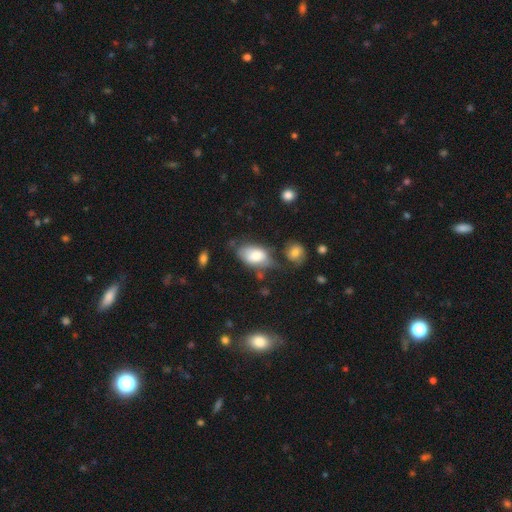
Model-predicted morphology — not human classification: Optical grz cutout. It shows a smooth galaxy with no disk features (72%) that is in between round and cigar-shaped (92%). Merging: none (43%).